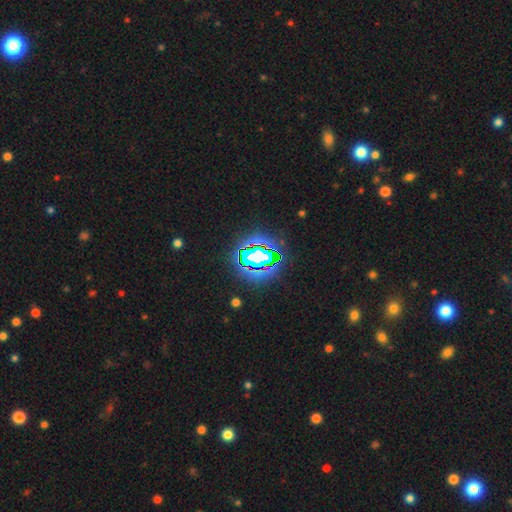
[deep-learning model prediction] Morphology: type=star or artifact (81%).